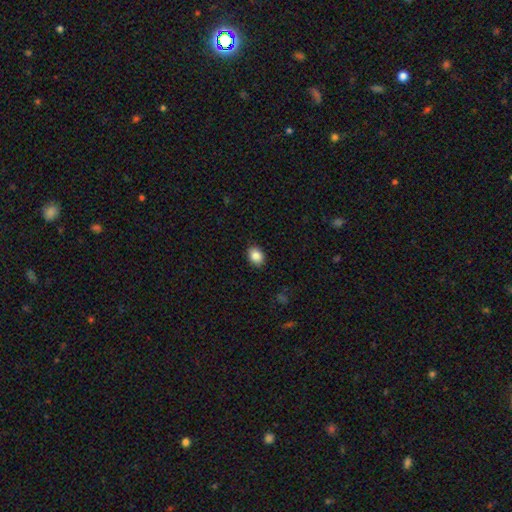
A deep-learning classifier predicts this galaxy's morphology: Smooth or featured? smooth (86%)
How rounded? in between (66%)
Merging? none (89%)